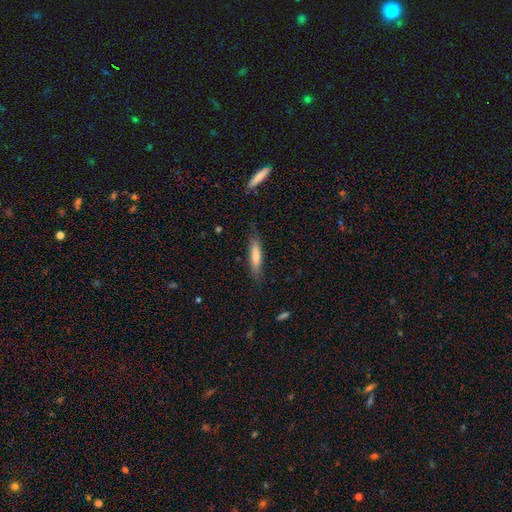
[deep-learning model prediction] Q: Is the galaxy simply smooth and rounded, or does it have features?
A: smooth — 75%.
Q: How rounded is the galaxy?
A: cigar-shaped — 79%.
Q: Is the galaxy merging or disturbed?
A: none — 80%.